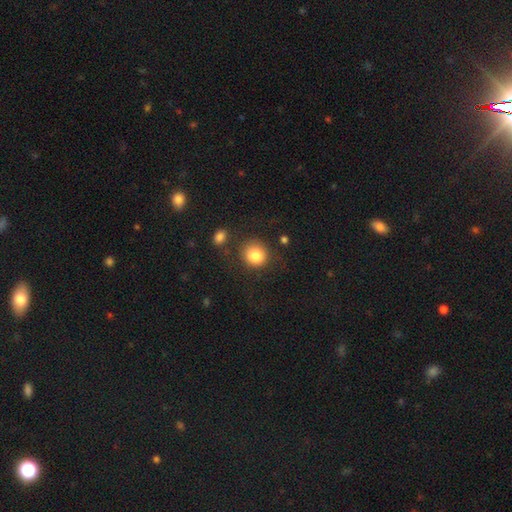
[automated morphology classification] This is clearly a smooth galaxy (85%). How rounded: clearly round (87%). Merging: likely none (79%).